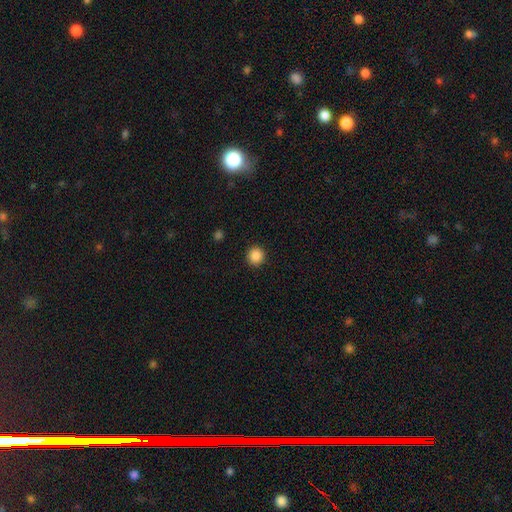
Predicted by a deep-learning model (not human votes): A smooth galaxy with no disk features (88%) that is round (93%). Merging: none (93%).